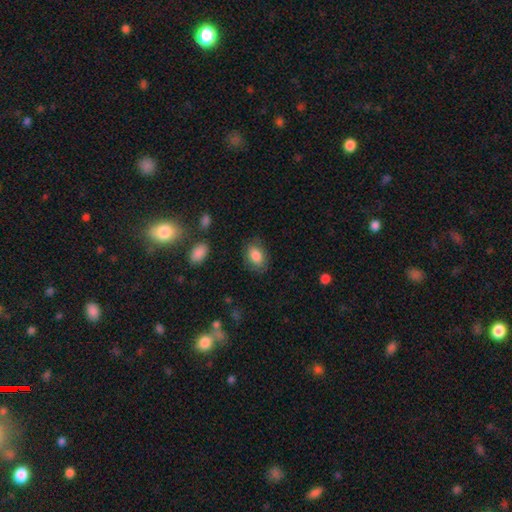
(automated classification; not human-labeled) Smooth or featured? smooth (83%)
How rounded? in between (85%)
Merging? none (79%)